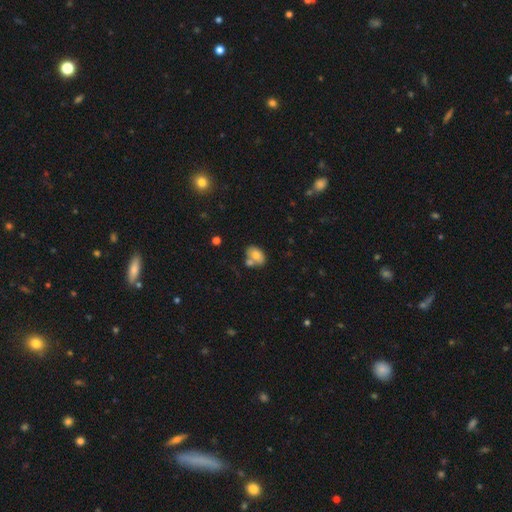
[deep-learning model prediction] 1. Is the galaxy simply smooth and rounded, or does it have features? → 74% smooth, 18% featured or disk, 8% star or artifact.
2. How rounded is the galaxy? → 82% in between, 17% round, 1% cigar-shaped.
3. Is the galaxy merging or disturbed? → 48% none, 32% merger, 15% minor disturbance, 4% major disturbance.